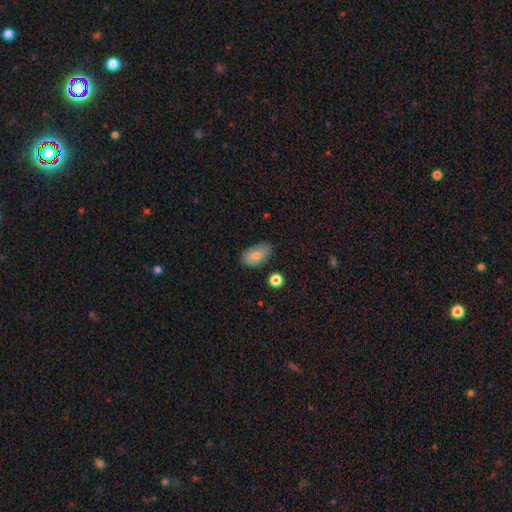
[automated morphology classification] Smooth or featured? smooth (81%)
How rounded? in between (91%)
Merging? none (61%)